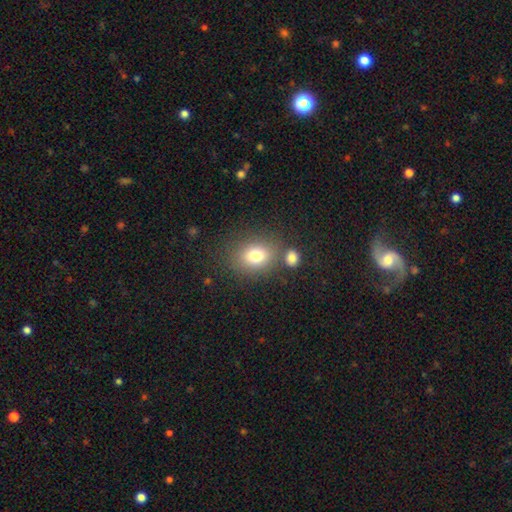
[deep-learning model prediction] smooth_or_featured: smooth (p=0.77) [alt: star or artifact p=0.12]
how_rounded: round (p=0.54) [alt: in between p=0.45]
merging: none (p=0.71) [alt: merger p=0.13]